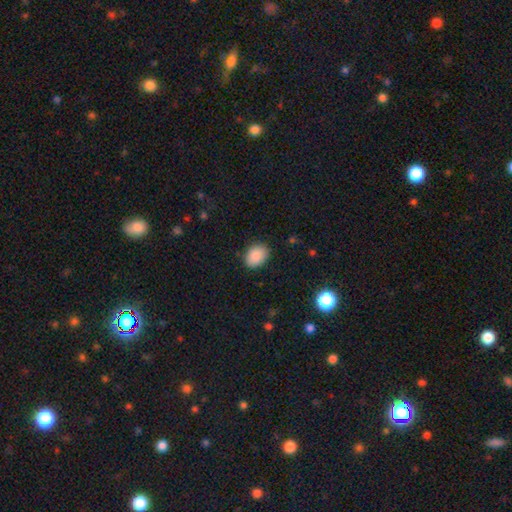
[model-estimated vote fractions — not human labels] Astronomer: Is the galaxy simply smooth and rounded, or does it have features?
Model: smooth — 89%.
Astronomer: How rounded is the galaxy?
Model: in between — 73%.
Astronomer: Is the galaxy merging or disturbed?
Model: none — 85%.